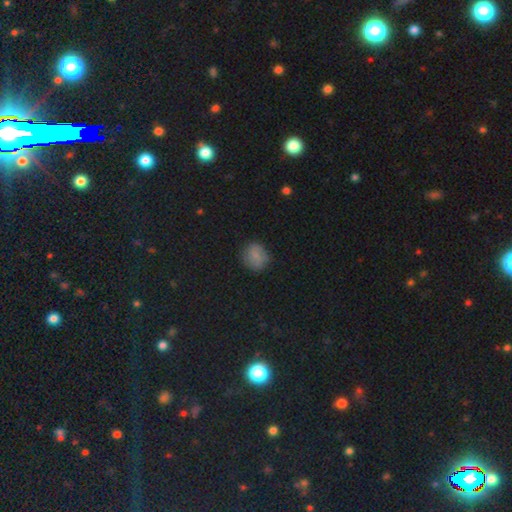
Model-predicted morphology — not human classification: Overall: smooth (76%). How rounded: round (76%). Merging: none (78%).